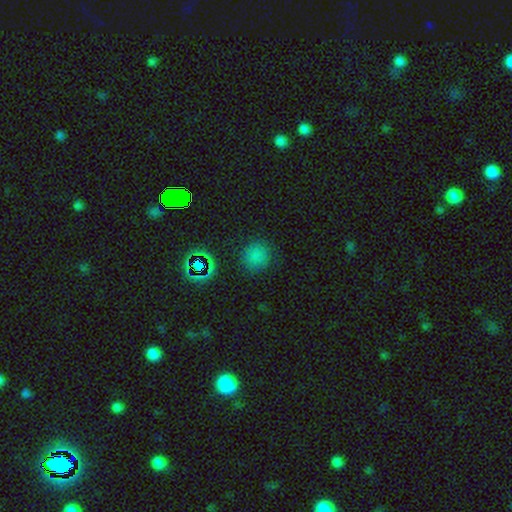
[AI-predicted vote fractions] Morphology: type=smooth (71%); roundness=round (87%); merging=none (84%).